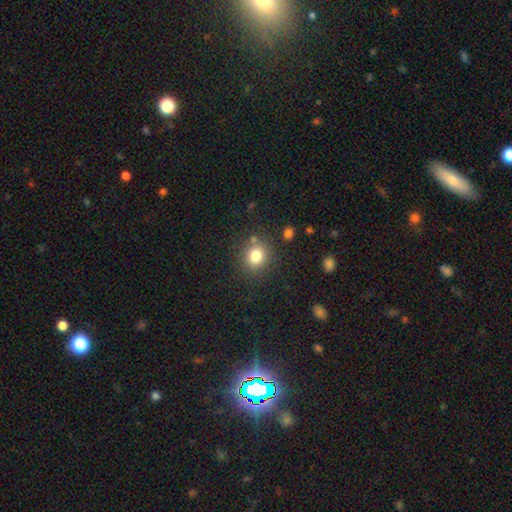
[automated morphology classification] Overall: smooth (80%). How rounded: round (83%). Merging: none (82%).